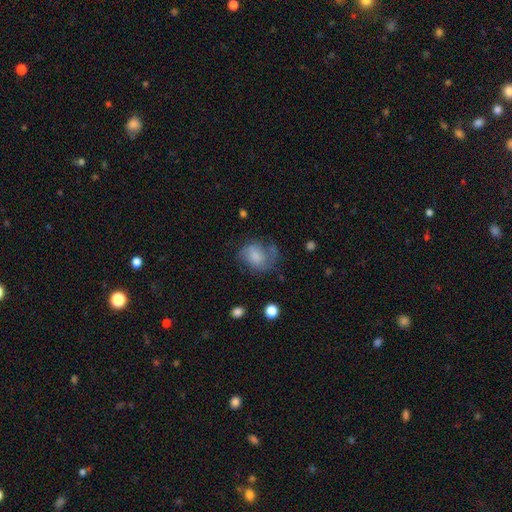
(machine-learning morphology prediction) smooth-or-featured: smooth: 51% | featured or disk: 40% | star or artifact: 9%
  how-rounded: in between: 53% | round: 46% | cigar-shaped: 1%
  merging: none: 47% | minor disturbance: 27% | major disturbance: 22% | merger: 4%